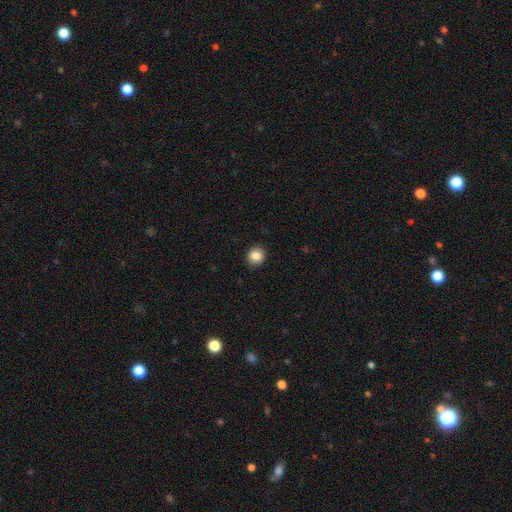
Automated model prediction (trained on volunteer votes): smooth-or-featured: smooth: 86% | star or artifact: 9% | featured or disk: 5%
  how-rounded: round: 87% | in between: 12% | cigar-shaped: 1%
  merging: none: 91% | minor disturbance: 6% | major disturbance: 2% | merger: 1%